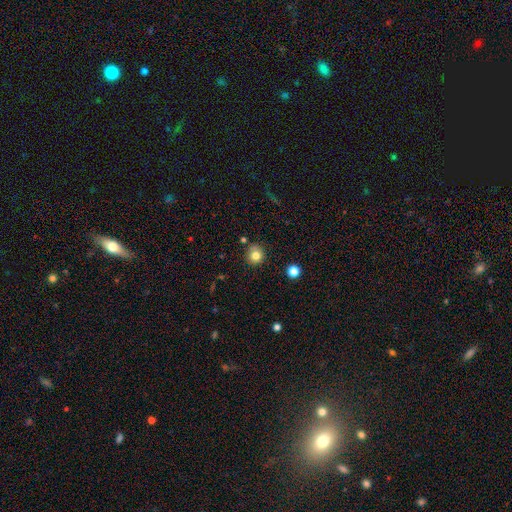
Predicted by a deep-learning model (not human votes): Smooth or featured: smooth — 80% (star or artifact — 12%)
How rounded: round — 89% (in between — 10%)
Merging: none — 81% (minor disturbance — 12%)